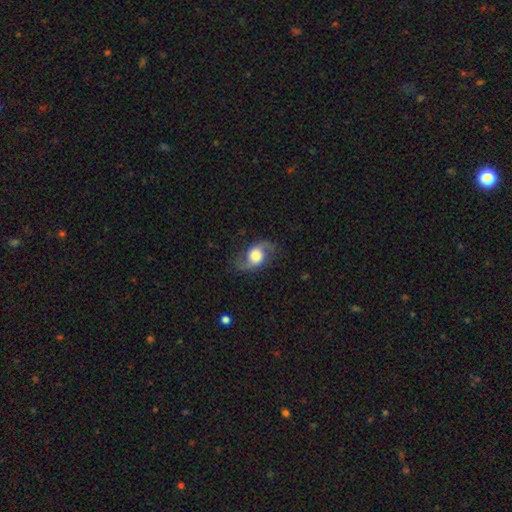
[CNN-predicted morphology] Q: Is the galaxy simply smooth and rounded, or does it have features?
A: featured or disk — 74%.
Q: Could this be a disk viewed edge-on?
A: no — 95%.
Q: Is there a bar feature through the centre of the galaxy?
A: no — 65%.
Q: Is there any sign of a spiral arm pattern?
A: yes — 91%.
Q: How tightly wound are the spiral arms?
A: loose — 62%.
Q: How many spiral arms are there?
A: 2 — 93%.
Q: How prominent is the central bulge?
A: large — 46%.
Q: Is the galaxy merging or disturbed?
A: none — 78%.